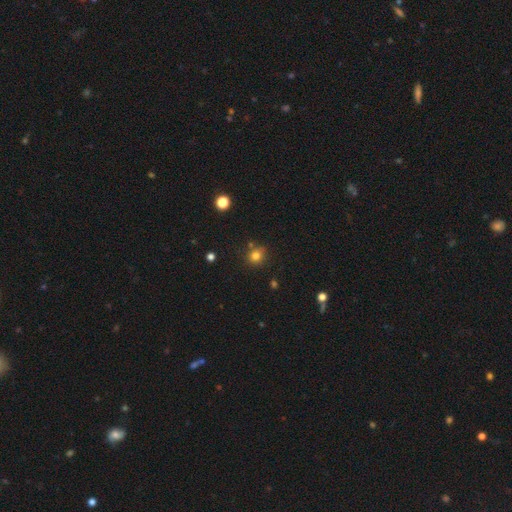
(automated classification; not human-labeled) smooth_or_featured: smooth (p=0.79) [alt: star or artifact p=0.15]
how_rounded: round (p=0.83) [alt: in between p=0.16]
merging: none (p=0.74) [alt: minor disturbance p=0.15]